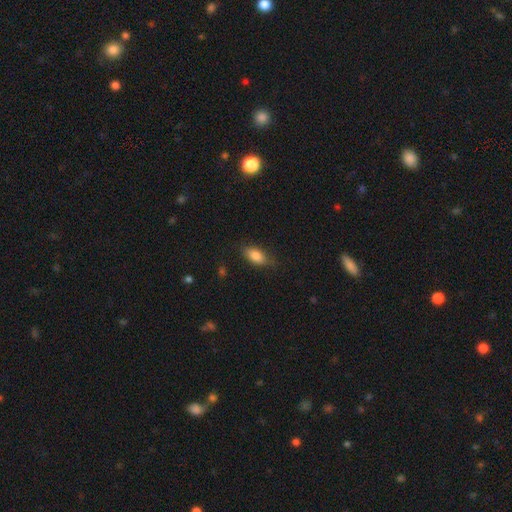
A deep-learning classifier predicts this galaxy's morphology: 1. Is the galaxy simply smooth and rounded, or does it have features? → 82% smooth, 10% featured or disk, 8% star or artifact.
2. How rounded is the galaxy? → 85% in between, 10% cigar-shaped, 4% round.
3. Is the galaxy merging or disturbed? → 76% none, 18% minor disturbance, 4% major disturbance, 1% merger.